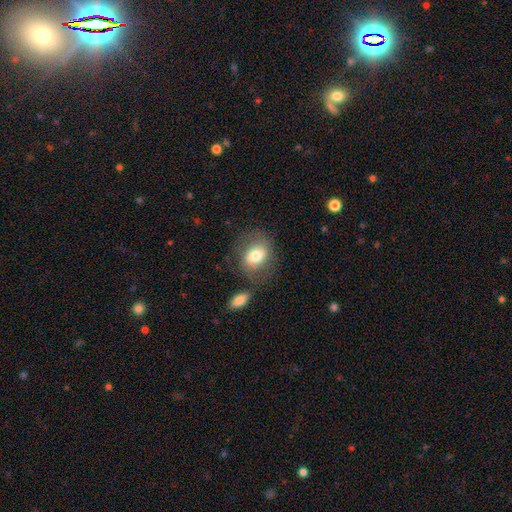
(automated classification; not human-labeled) Smooth or featured? smooth (70%)
How rounded? in between (53%)
Merging? none (60%)